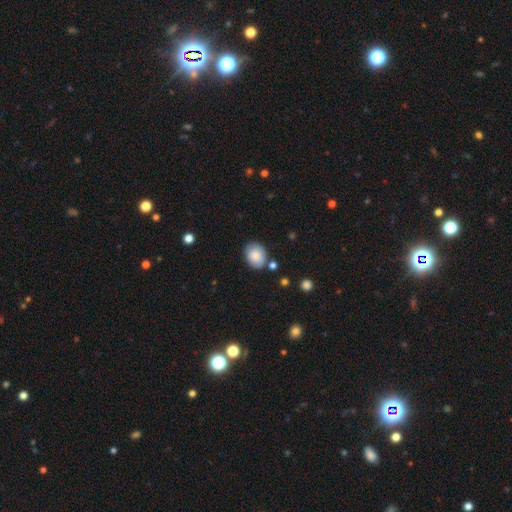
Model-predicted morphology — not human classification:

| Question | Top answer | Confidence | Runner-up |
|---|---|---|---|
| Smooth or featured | smooth | 83% | featured or disk (10%) |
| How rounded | in between | 61% | round (39%) |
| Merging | none | 75% | minor disturbance (16%) |